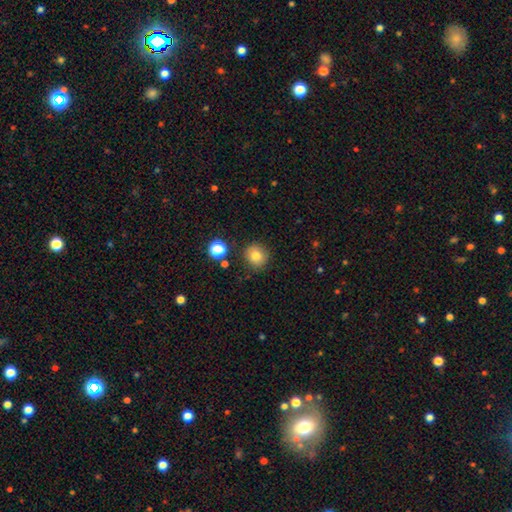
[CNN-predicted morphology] smooth-or-featured: smooth: 80% | star or artifact: 12% | featured or disk: 8%
  how-rounded: round: 88% | in between: 11% | cigar-shaped: 1%
  merging: none: 87% | minor disturbance: 8% | merger: 3% | major disturbance: 2%